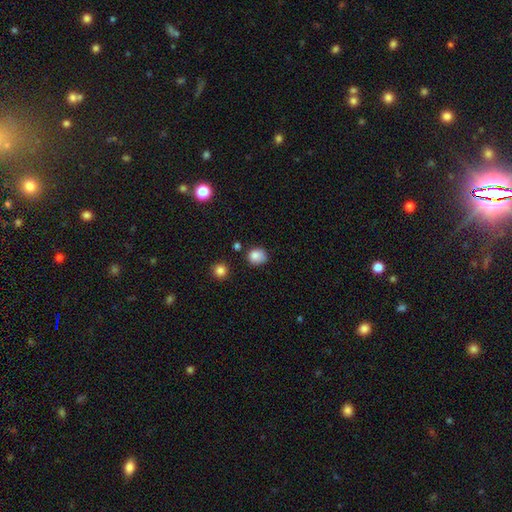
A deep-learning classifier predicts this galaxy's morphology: This appears to be a smooth galaxy with no disk features (84%) that is round (73%). Merging: none (67%).